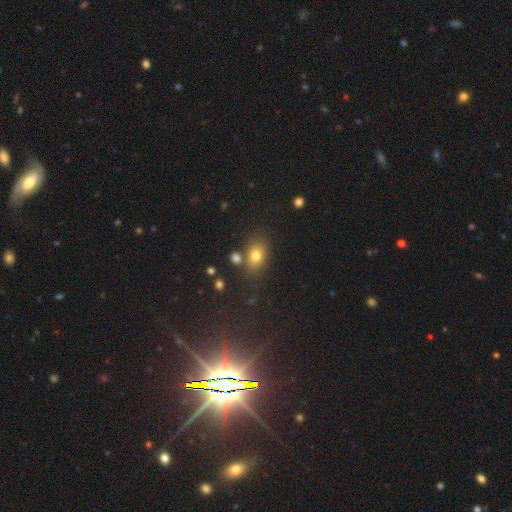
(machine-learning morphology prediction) A smooth galaxy with no disk features (76%) that is in between round and cigar-shaped (67%).

Vote fractions:
- Smooth or featured? smooth: 76% / star or artifact: 14% / featured or disk: 10%
- How rounded? in between: 67% / round: 31% / cigar-shaped: 2%
- Merging? none: 70% / minor disturbance: 13% / merger: 12% / major disturbance: 5%